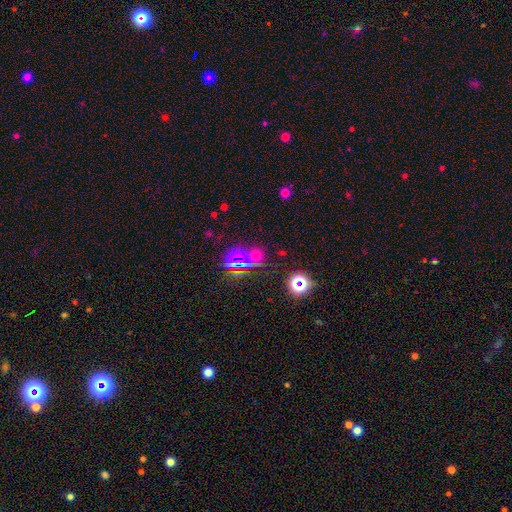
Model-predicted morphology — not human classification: Q: Smooth or featured?
A: star or artifact (54%); runner-up: smooth (38%)